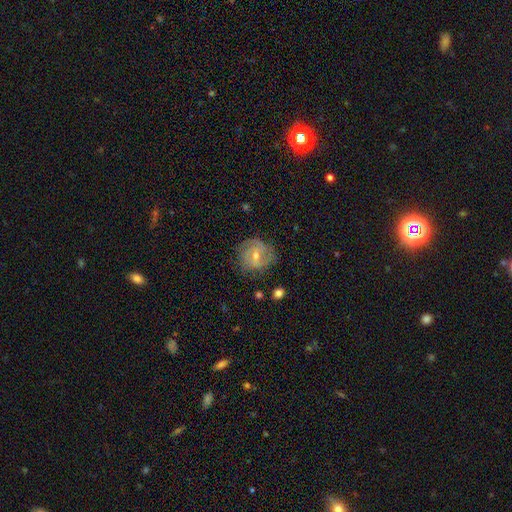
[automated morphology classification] Smooth or featured? featured or disk (71%)
Edge-on disk? no (97%)
Bar? weak (50%)
Spiral arms? yes (89%)
Spiral winding? tight (50%)
Spiral arm count? 2 (42%)
Bulge size? small (49%)
Merging? none (77%)